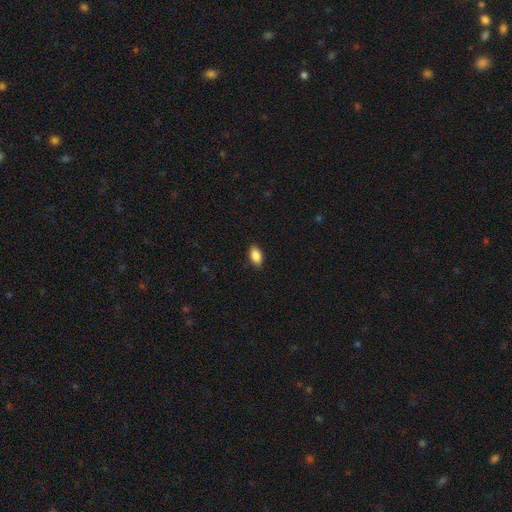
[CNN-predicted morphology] The model was most divided on "merging": none: 88%, minor disturbance: 9%, major disturbance: 2%, merger: 1%. More confident: how rounded — in between (92%); smooth or featured — smooth (88%).